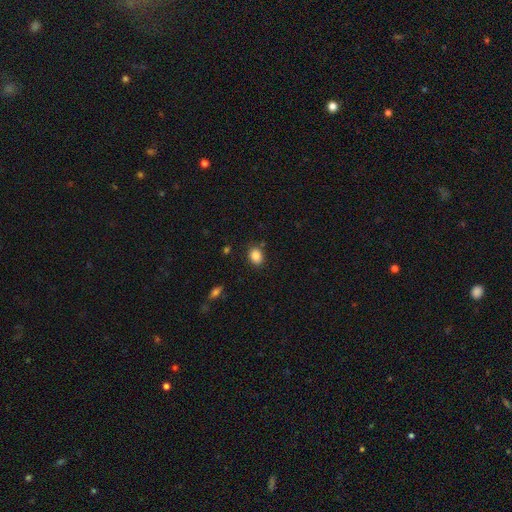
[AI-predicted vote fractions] Smooth or featured? smooth (85%)
How rounded? in between (59%)
Merging? none (83%)